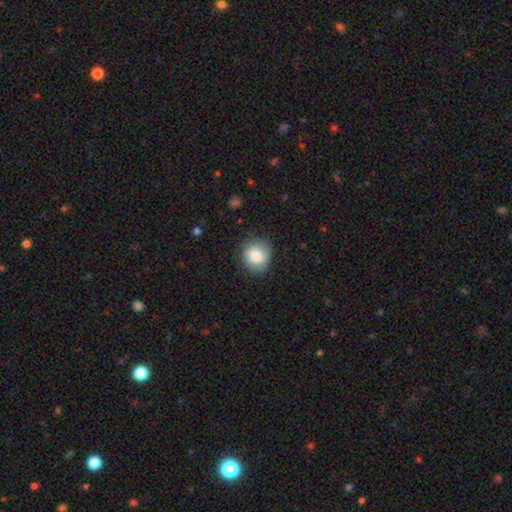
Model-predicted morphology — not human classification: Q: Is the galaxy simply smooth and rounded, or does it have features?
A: smooth — 76%.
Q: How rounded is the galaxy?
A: round — 80%.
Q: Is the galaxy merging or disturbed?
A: none — 73%.